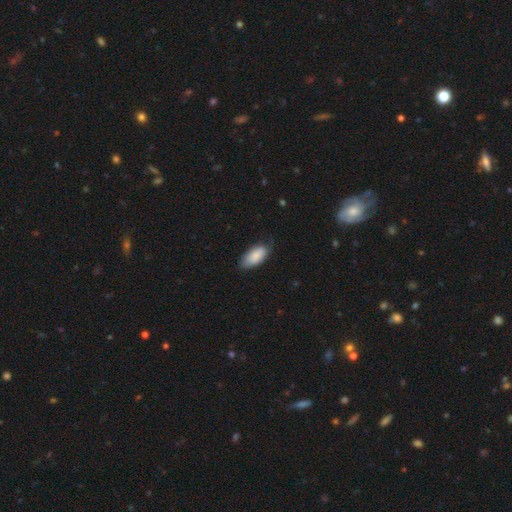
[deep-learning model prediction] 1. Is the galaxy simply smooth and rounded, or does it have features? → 84% smooth, 10% featured or disk, 6% star or artifact.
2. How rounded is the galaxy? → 91% in between, 7% cigar-shaped, 2% round.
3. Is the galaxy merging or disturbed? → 67% none, 27% minor disturbance, 5% major disturbance, 1% merger.